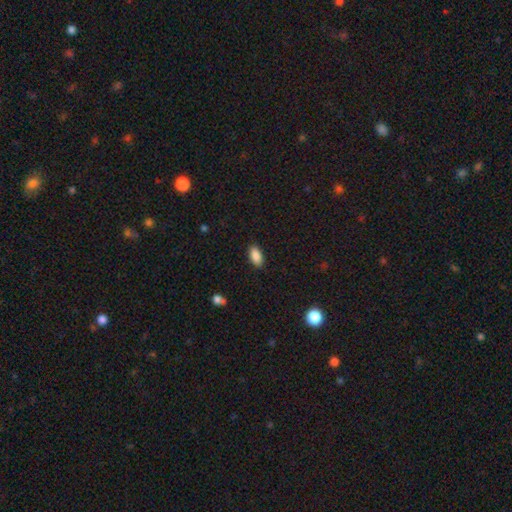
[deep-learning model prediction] This appears to be a smooth galaxy with no disk features (88%) that is in between round and cigar-shaped (92%). Merging: none (88%).